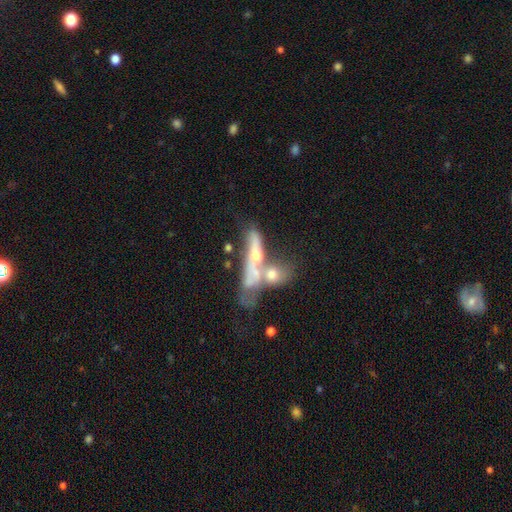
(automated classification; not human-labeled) A featured or disk galaxy (60%).

Vote fractions:
- Smooth or featured? featured or disk: 60% / smooth: 30% / star or artifact: 10%
- Edge-on disk? no: 63% / yes: 37%
- Merging? merger: 64% / none: 15% / major disturbance: 12% / minor disturbance: 9%